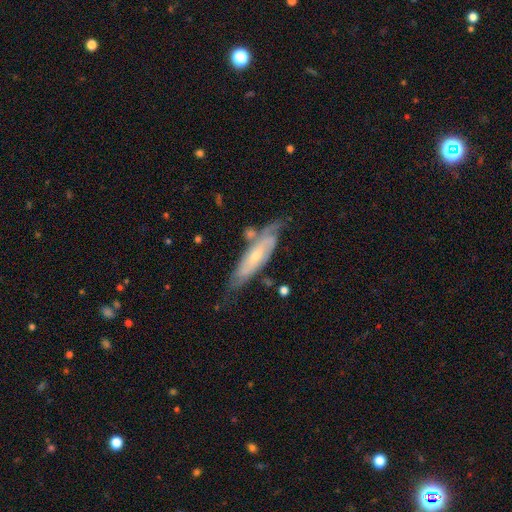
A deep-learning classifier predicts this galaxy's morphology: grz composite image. It shows a featured or disk galaxy (69%). Merging: none (58%).